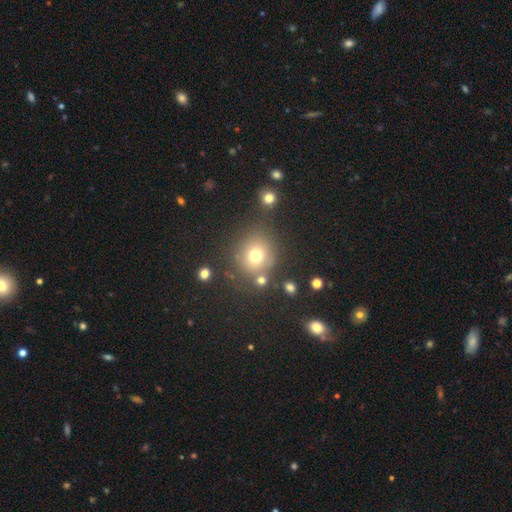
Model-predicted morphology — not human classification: A smooth galaxy with no disk features (72%) that is round (83%). Merging: none (74%).